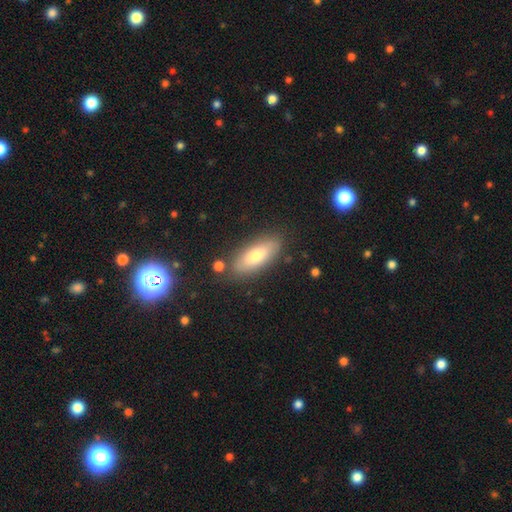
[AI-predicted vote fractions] smooth-or-featured: smooth: 69% | featured or disk: 22% | star or artifact: 8%
  how-rounded: in between: 74% | cigar-shaped: 24% | round: 3%
  merging: none: 83% | minor disturbance: 11% | merger: 3% | major disturbance: 3%